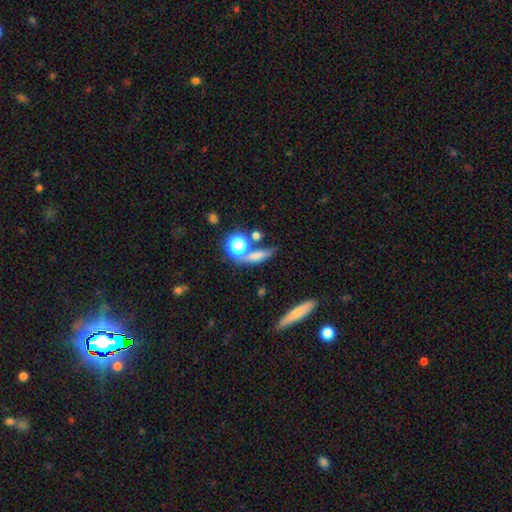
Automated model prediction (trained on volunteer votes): Smooth or featured? Predicted: smooth (p=0.67). How rounded? Predicted: cigar-shaped (p=0.43). Merging? Predicted: none (p=0.61).